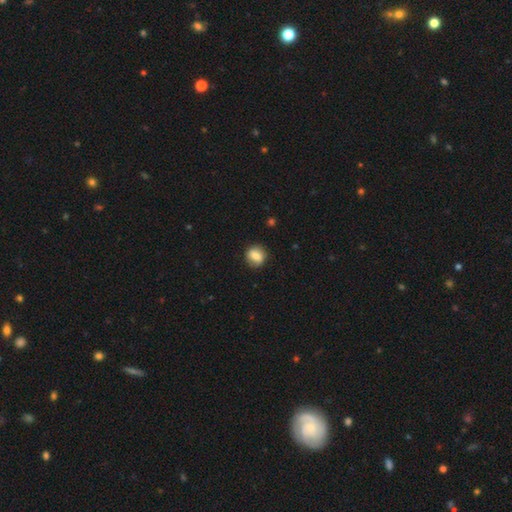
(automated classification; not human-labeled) A smooth galaxy with no disk features (78%) that is round (70%). Merging: none (81%).